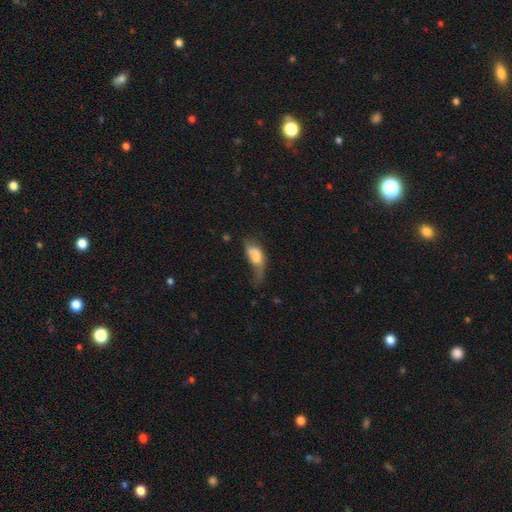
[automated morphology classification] A smooth galaxy with no disk features (58%) that is in between round and cigar-shaped (82%). Merging: major disturbance (48%).